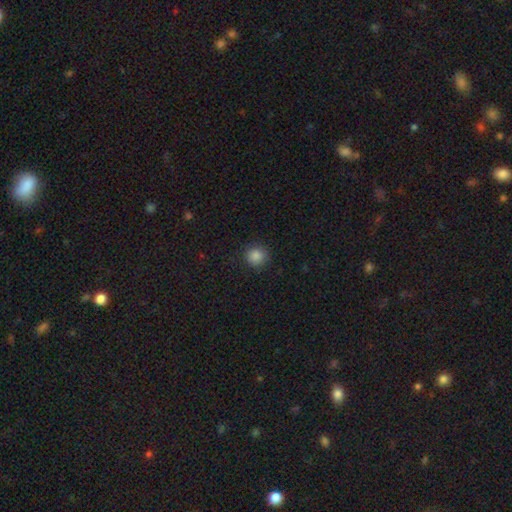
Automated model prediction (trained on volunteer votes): smooth-or-featured: smooth: 86% | star or artifact: 11% | featured or disk: 3%
  how-rounded: round: 93% | in between: 6% | cigar-shaped: 1%
  merging: none: 90% | minor disturbance: 7% | major disturbance: 2% | merger: 1%